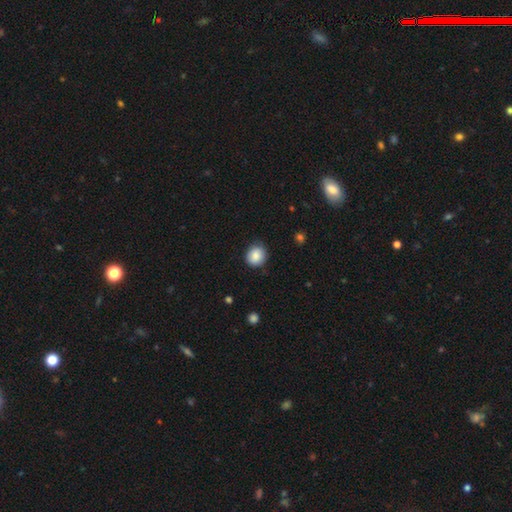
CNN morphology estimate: smooth-or-featured: smooth: 86% | star or artifact: 8% | featured or disk: 6%
  how-rounded: round: 78% | in between: 21% | cigar-shaped: 1%
  merging: none: 80% | minor disturbance: 16% | major disturbance: 3% | merger: 1%